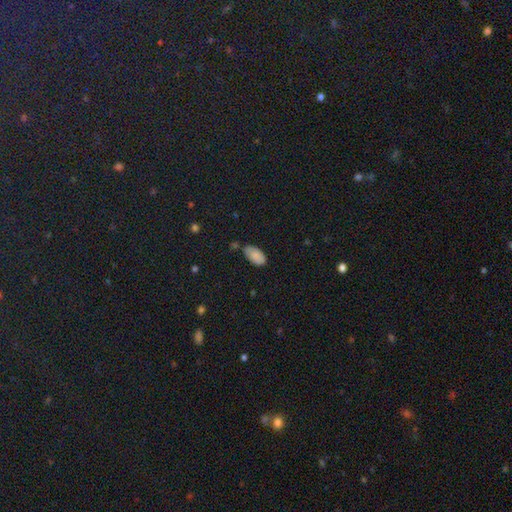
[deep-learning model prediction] Q: Smooth or featured?
A: smooth (85%); runner-up: star or artifact (8%)
Q: How rounded?
A: in between (95%); runner-up: cigar-shaped (3%)
Q: Merging?
A: none (66%); runner-up: minor disturbance (24%)